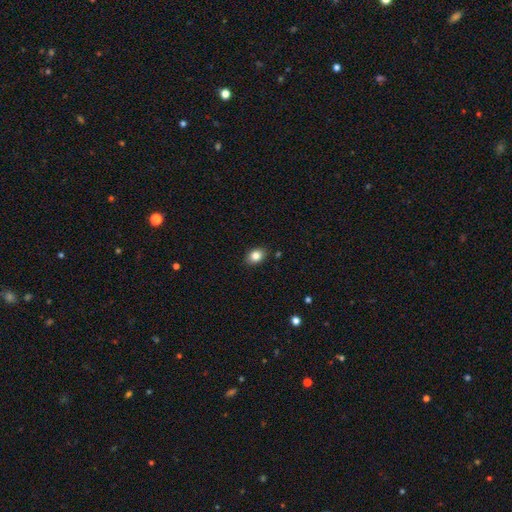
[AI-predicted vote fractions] This appears to be a smooth galaxy with no disk features (84%) that is in between round and cigar-shaped (71%). Merging: none (86%).